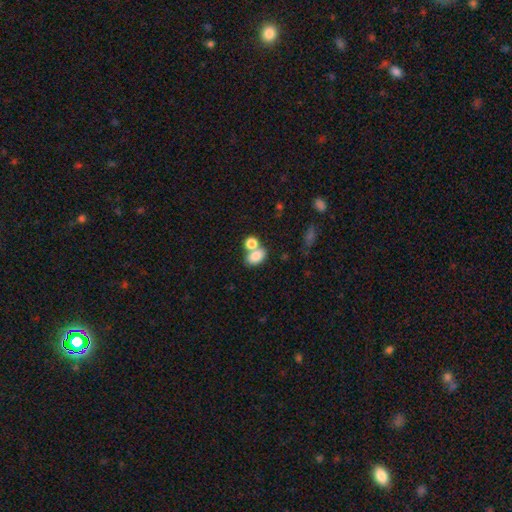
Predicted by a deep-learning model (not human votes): A smooth galaxy with no disk features (81%) that is in between round and cigar-shaped (79%).

Vote fractions:
- Smooth or featured? smooth: 81% / featured or disk: 10% / star or artifact: 9%
- How rounded? in between: 79% / round: 19% / cigar-shaped: 1%
- Merging? merger: 46% / none: 39% / minor disturbance: 10% / major disturbance: 5%